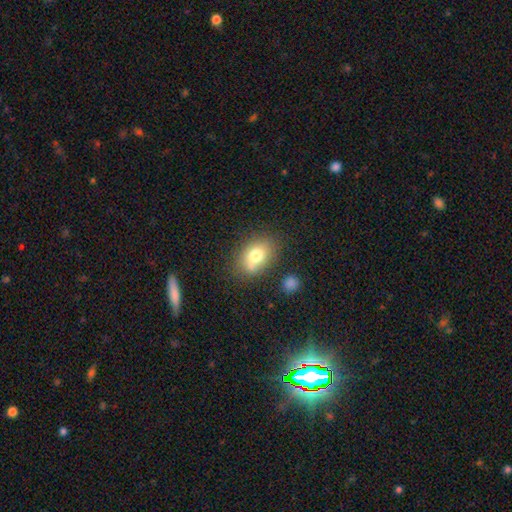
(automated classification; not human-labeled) A smooth galaxy with no disk features (74%) that is in between round and cigar-shaped (73%).

Vote fractions:
- Smooth or featured? smooth: 74% / featured or disk: 16% / star or artifact: 10%
- How rounded? in between: 73% / round: 26% / cigar-shaped: 1%
- Merging? none: 62% / minor disturbance: 18% / merger: 14% / major disturbance: 5%